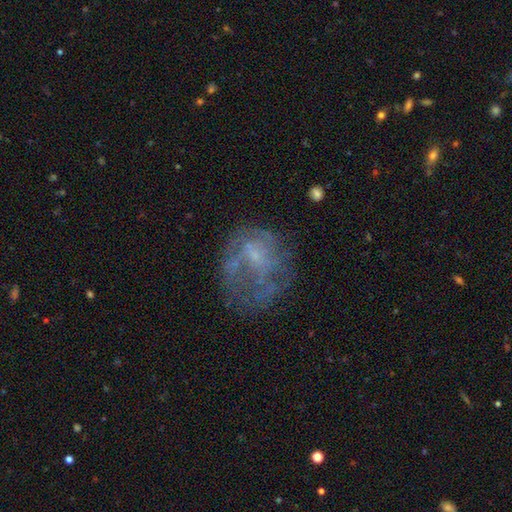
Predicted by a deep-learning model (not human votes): smooth_or_featured: featured or disk (p=0.57) [alt: smooth p=0.29]
disk_edge_on: no (p=0.98) [alt: yes p=0.02]
bar: no (p=0.75) [alt: weak p=0.21]
has_spiral_arms: no (p=0.72) [alt: yes p=0.28]
bulge_size: none (p=0.44) [alt: small p=0.39]
merging: none (p=0.45) [alt: major disturbance p=0.31]